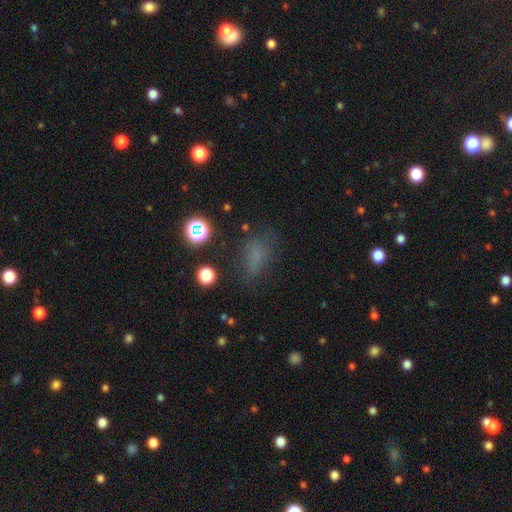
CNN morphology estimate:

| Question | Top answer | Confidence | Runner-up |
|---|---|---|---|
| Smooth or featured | smooth | 64% | star or artifact (24%) |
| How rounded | in between | 73% | round (17%) |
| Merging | none | 64% | minor disturbance (20%) |